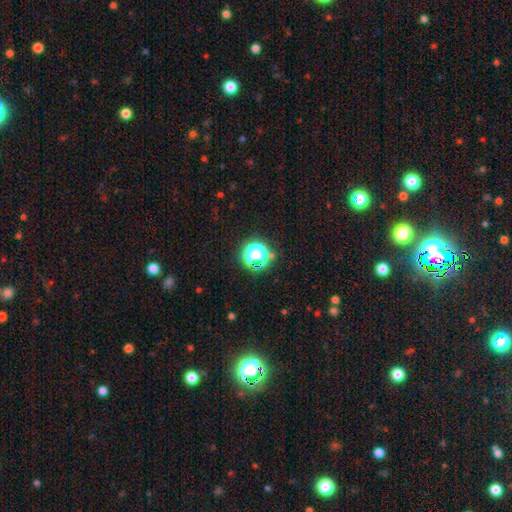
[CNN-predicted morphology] Smooth or featured? Predicted: smooth (p=0.46). Merging? Predicted: none (p=0.73).